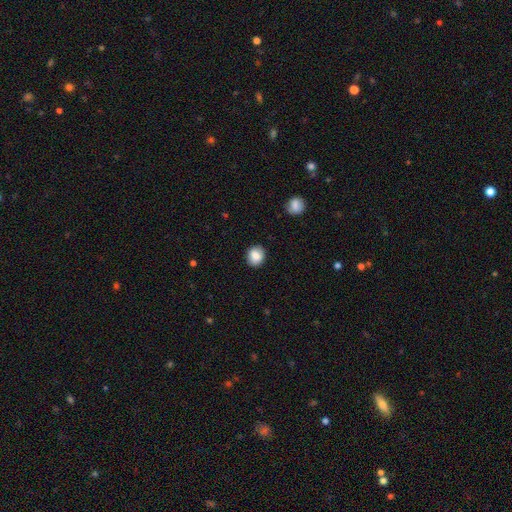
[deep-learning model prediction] smooth_or_featured: smooth (p=0.86) [alt: star or artifact p=0.08]
how_rounded: round (p=0.69) [alt: in between p=0.30]
merging: none (p=0.88) [alt: minor disturbance p=0.09]